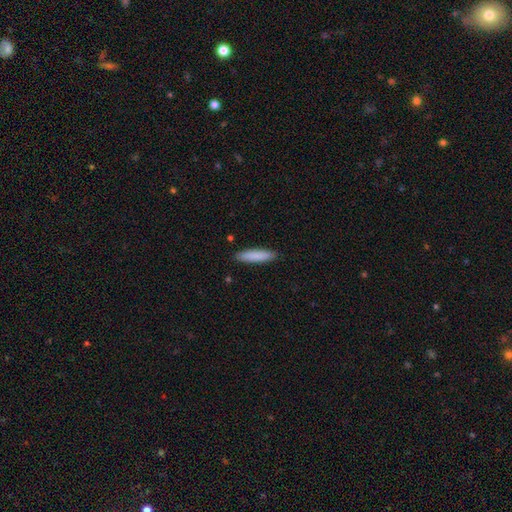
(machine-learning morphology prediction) Smooth or featured: smooth — 85% (featured or disk — 9%)
How rounded: cigar-shaped — 81% (in between — 18%)
Merging: none — 89% (minor disturbance — 8%)